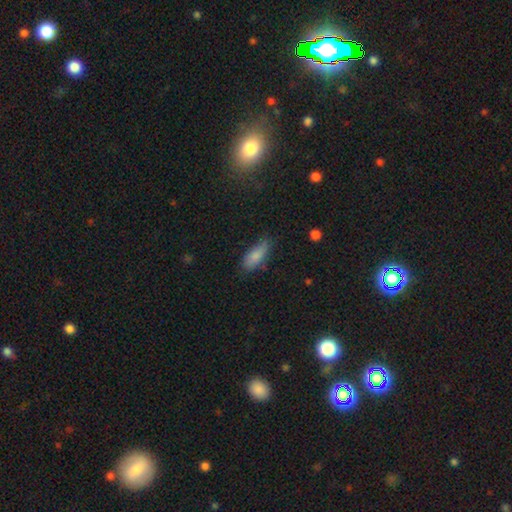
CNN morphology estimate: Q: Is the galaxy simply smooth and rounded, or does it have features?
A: smooth — 83%.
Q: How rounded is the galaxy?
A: in between — 74%.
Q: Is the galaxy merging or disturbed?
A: none — 63%.